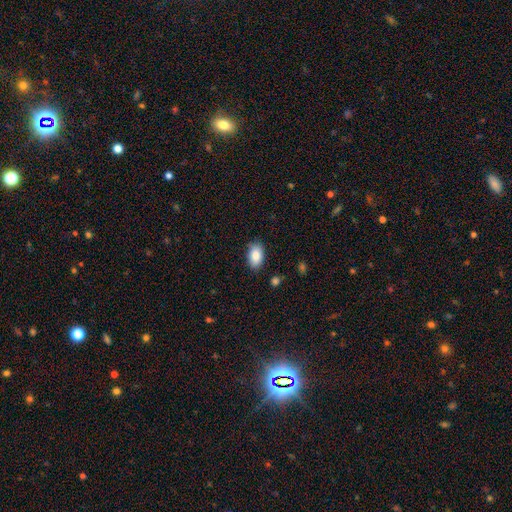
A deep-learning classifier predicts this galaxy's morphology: A smooth galaxy with no disk features (85%) that is in between round and cigar-shaped (92%).

Vote fractions:
- Smooth or featured? smooth: 85% / featured or disk: 7% / star or artifact: 7%
- How rounded? in between: 92% / round: 7% / cigar-shaped: 2%
- Merging? none: 84% / minor disturbance: 12% / major disturbance: 2% / merger: 2%